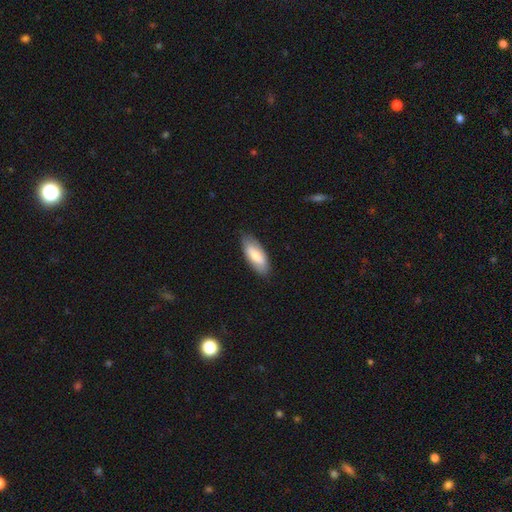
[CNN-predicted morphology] type=smooth (74%); roundness=in between (82%); merging=none (81%).